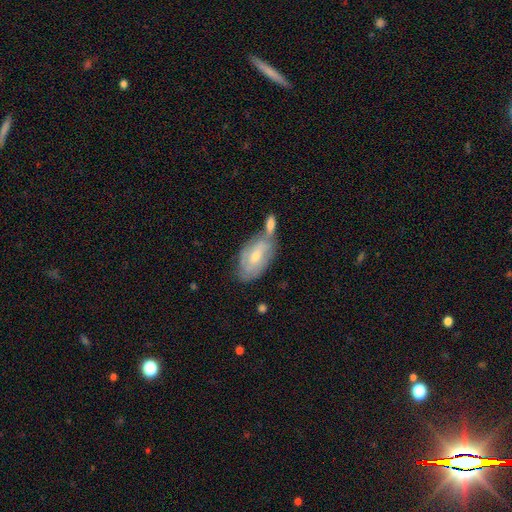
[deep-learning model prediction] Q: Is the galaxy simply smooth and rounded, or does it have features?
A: featured or disk — 53%.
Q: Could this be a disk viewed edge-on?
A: no — 92%.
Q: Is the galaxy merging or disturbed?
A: merger — 39%.